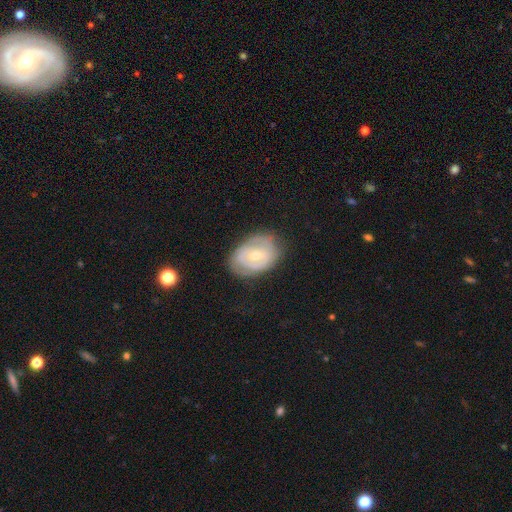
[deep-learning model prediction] smooth-or-featured: featured or disk: 67% | smooth: 27% | star or artifact: 6%
  disk-edge-on: no: 96% | yes: 4%
    bar: no: 46% | weak: 41% | strong: 12%
    has-spiral-arms: yes: 63% | no: 37%
    bulge-size: moderate: 55% | small: 41% | large: 2% | none: 1% | dominant: 1%
  merging: none: 70% | minor disturbance: 22% | major disturbance: 7% | merger: 1%